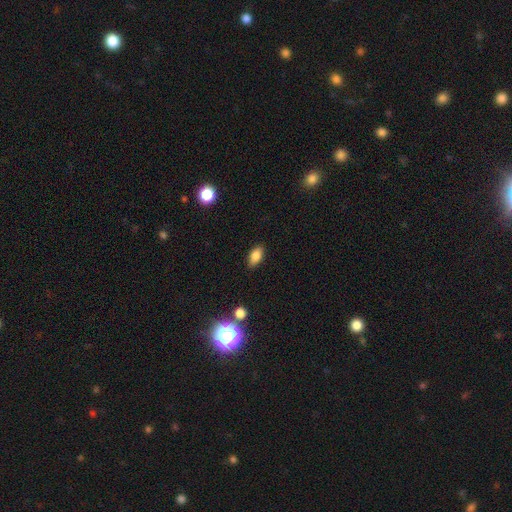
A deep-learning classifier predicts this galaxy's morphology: Smooth or featured? Predicted: smooth (p=0.82). How rounded? Predicted: in between (p=0.88). Merging? Predicted: none (p=0.85).